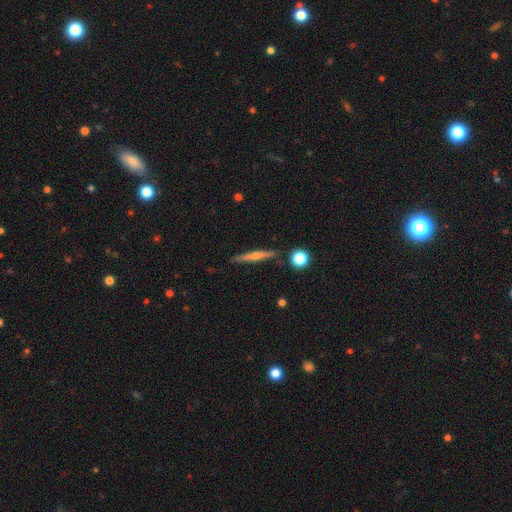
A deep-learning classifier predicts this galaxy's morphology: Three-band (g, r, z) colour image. It shows a featured or disk galaxy (64%) viewed edge-on (97%) with a rounded central bulge (75%). Merging: none (89%).